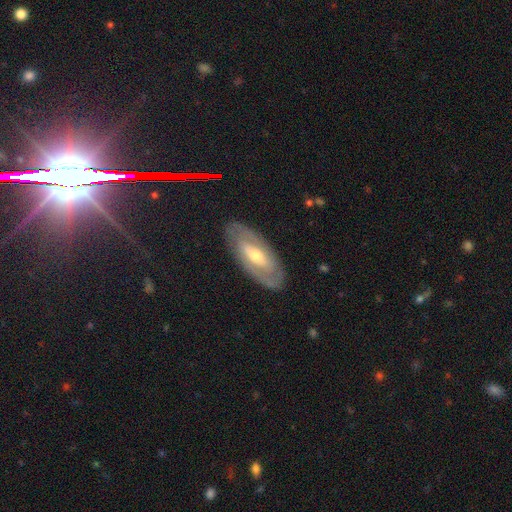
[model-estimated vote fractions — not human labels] Morphology: type=featured or disk (71%); edge-on=no (87%); bar=no (40%); spiral arms=yes (60%); bulge=moderate (55%); merging=none (84%).